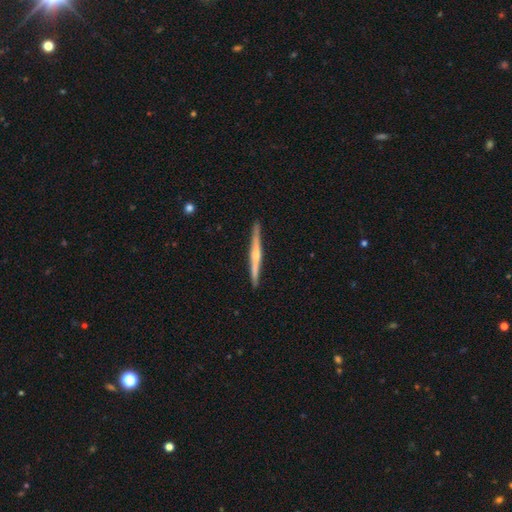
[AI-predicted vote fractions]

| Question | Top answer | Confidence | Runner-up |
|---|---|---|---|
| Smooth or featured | featured or disk | 69% | smooth (26%) |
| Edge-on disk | yes | 98% | no (2%) |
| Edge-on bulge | rounded | 70% | none (23%) |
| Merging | none | 92% | minor disturbance (6%) |